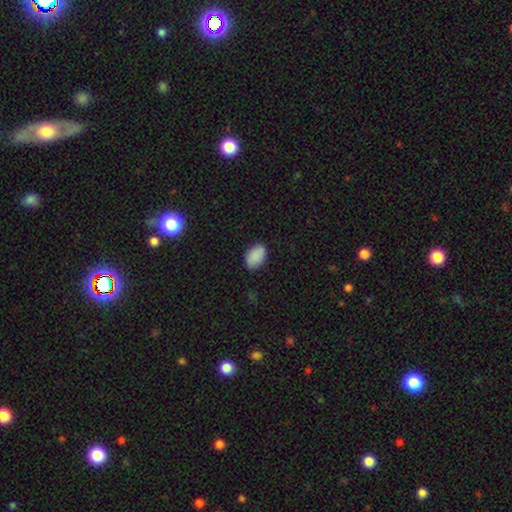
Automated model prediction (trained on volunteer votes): A smooth galaxy with no disk features (89%) that is in between round and cigar-shaped (90%).

Vote fractions:
- Smooth or featured? smooth: 89% / star or artifact: 7% / featured or disk: 4%
- How rounded? in between: 90% / round: 9% / cigar-shaped: 1%
- Merging? none: 85% / minor disturbance: 12% / major disturbance: 2% / merger: 1%